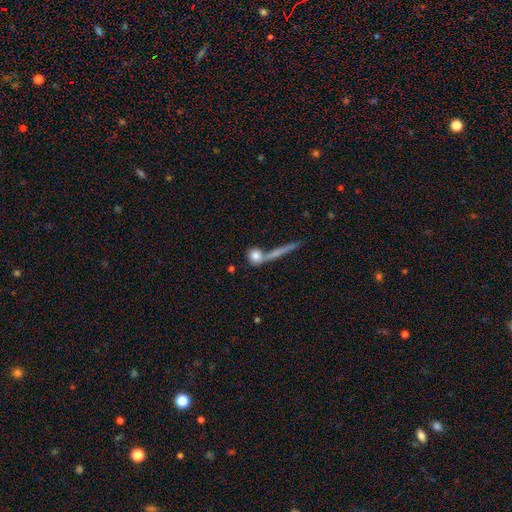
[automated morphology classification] The model was most divided on "merging": none: 55%, merger: 26%, minor disturbance: 11%, major disturbance: 8%. More confident: how rounded — round (78%); smooth or featured — smooth (75%).